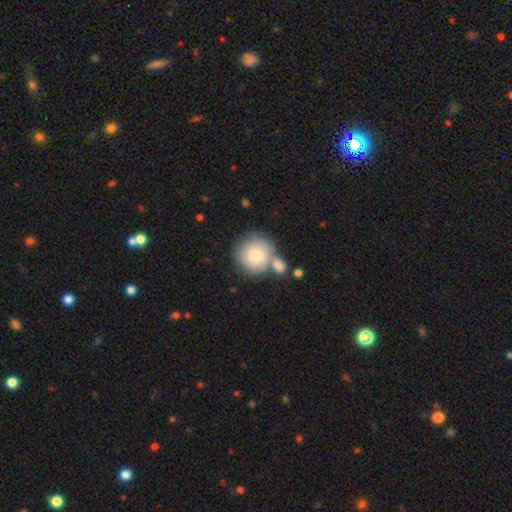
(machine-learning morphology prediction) This appears to be a smooth galaxy with no disk features (76%) that is round (92%). Merging: none (52%).